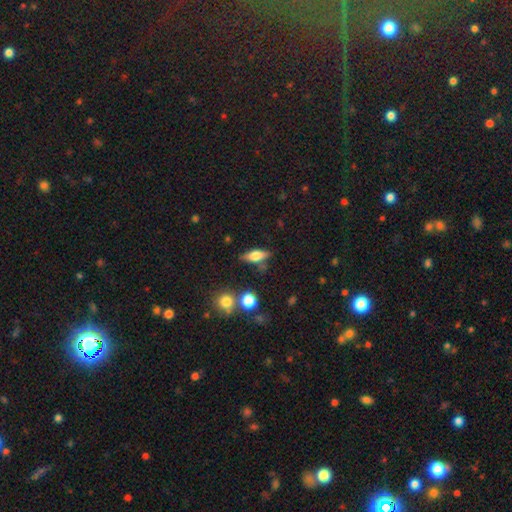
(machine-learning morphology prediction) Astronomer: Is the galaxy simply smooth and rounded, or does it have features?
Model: smooth — 58% (runner-up: featured or disk, 33%).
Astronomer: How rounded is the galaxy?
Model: in between — 67%.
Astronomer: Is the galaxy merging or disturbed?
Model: none — 74%.